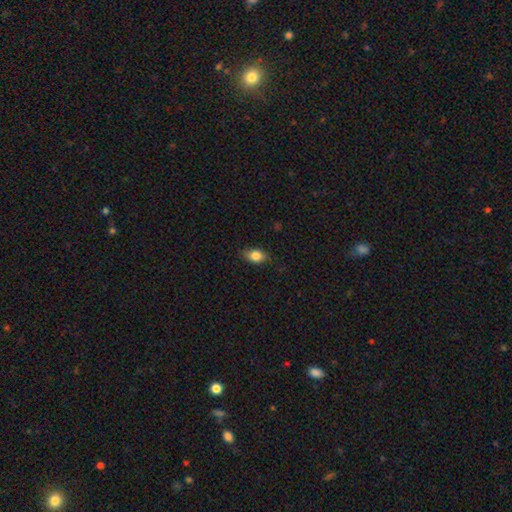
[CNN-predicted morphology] Overall: smooth (83%). How rounded: in between (80%). Merging: none (81%).